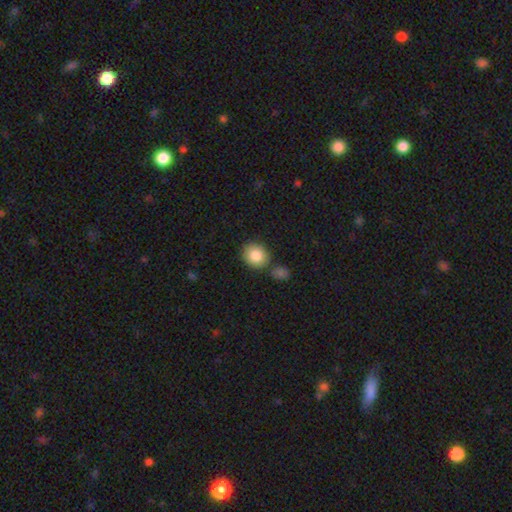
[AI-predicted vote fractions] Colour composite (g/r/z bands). It shows a smooth galaxy with no disk features (84%) that is round (76%). Merging: none (75%).